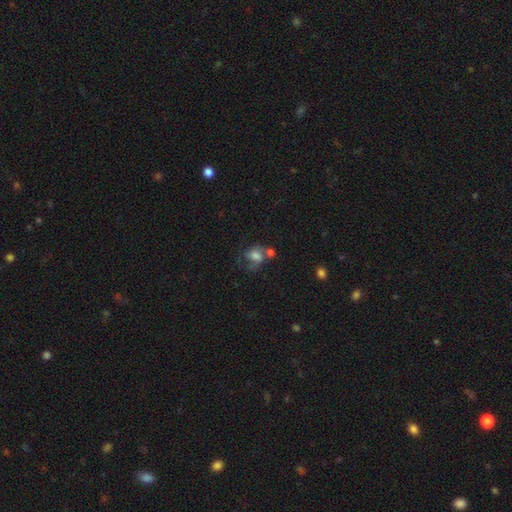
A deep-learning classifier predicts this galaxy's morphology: Smooth or featured: smooth — 57% (featured or disk — 31%)
How rounded: in between — 59% (round — 40%)
Merging: merger — 32% (none — 30%)